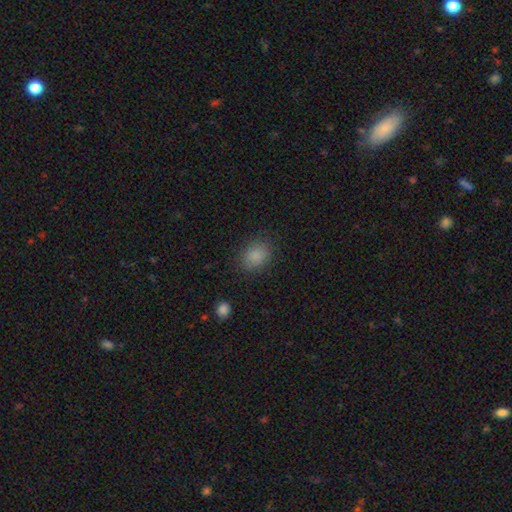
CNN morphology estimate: Smooth or featured: smooth — 86% (star or artifact — 10%)
How rounded: in between — 59% (round — 40%)
Merging: none — 84% (minor disturbance — 11%)